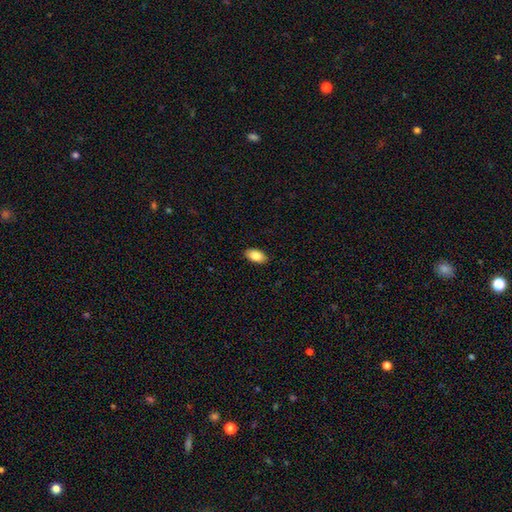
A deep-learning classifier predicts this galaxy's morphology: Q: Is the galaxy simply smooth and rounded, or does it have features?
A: smooth — 87%.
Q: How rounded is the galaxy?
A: in between — 94%.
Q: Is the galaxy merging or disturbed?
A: none — 89%.